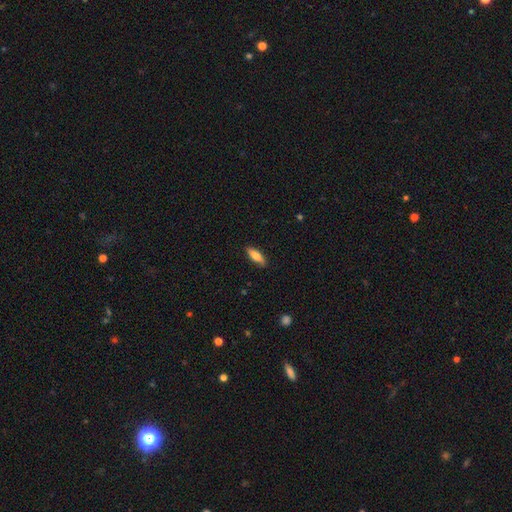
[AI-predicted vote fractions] Morphology: type=smooth (71%); roundness=in between (52%); merging=none (86%).